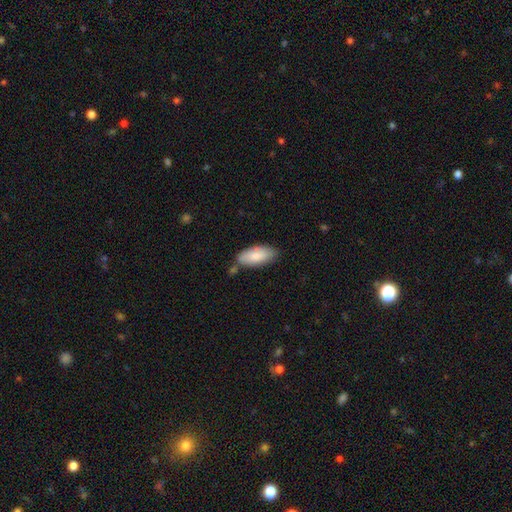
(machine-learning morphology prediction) type=smooth (84%); roundness=in between (85%); merging=none (69%).